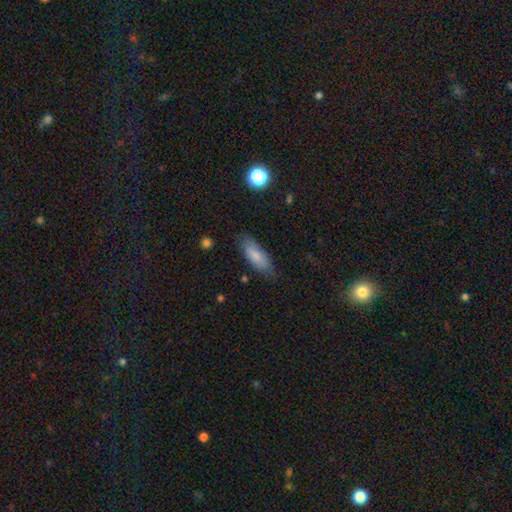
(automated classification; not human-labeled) smooth-or-featured: smooth: 79% | featured or disk: 14% | star or artifact: 7%
  how-rounded: in between: 71% | cigar-shaped: 27% | round: 2%
  merging: none: 76% | minor disturbance: 18% | major disturbance: 4% | merger: 2%